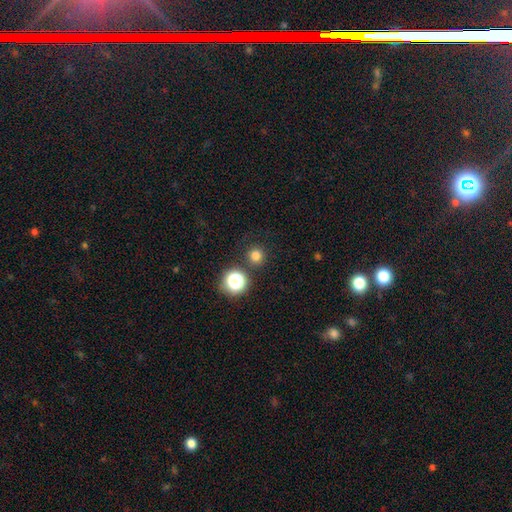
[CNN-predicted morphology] Smooth or featured? smooth (77%)
How rounded? round (95%)
Merging? none (88%)